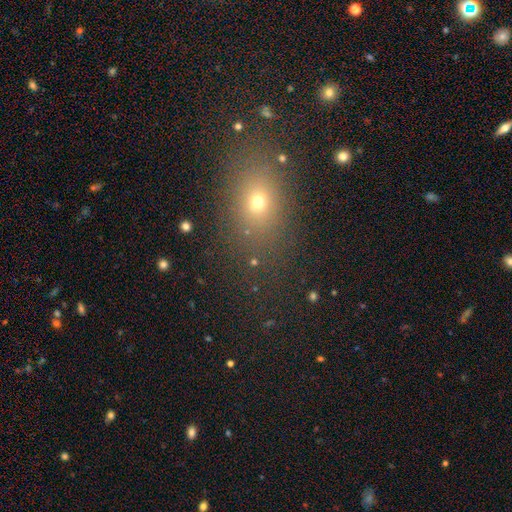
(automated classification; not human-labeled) smooth-or-featured: smooth: 60% | star or artifact: 29% | featured or disk: 12%
  how-rounded: in between: 65% | round: 32% | cigar-shaped: 4%
  merging: none: 85% | minor disturbance: 9% | major disturbance: 4% | merger: 2%